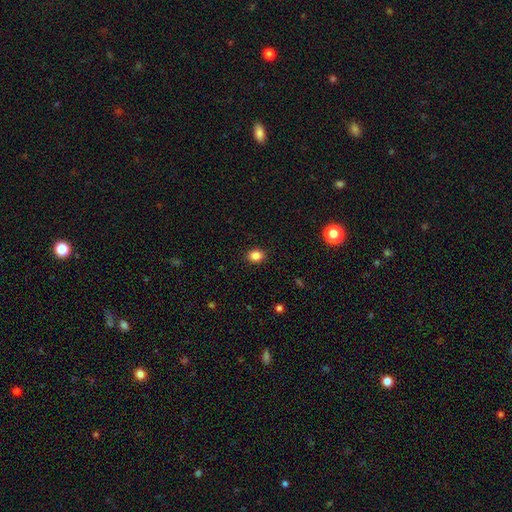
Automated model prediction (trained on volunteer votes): A smooth galaxy with no disk features (85%) that is round (50%). Merging: none (90%).